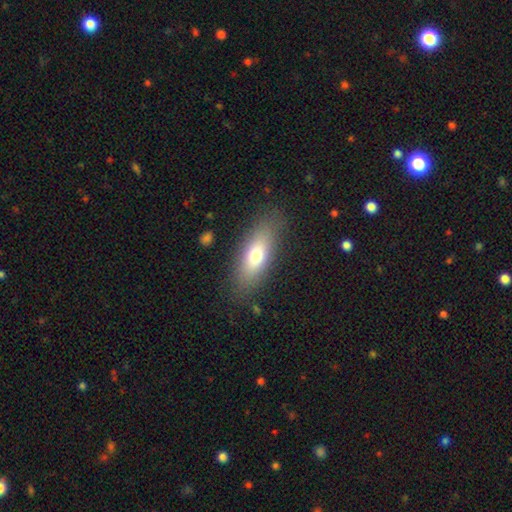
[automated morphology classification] A smooth galaxy with no disk features (70%) that is in between round and cigar-shaped (72%).

Vote fractions:
- Smooth or featured? smooth: 70% / featured or disk: 21% / star or artifact: 9%
- How rounded? in between: 72% / cigar-shaped: 23% / round: 4%
- Merging? none: 83% / minor disturbance: 11% / major disturbance: 5% / merger: 1%